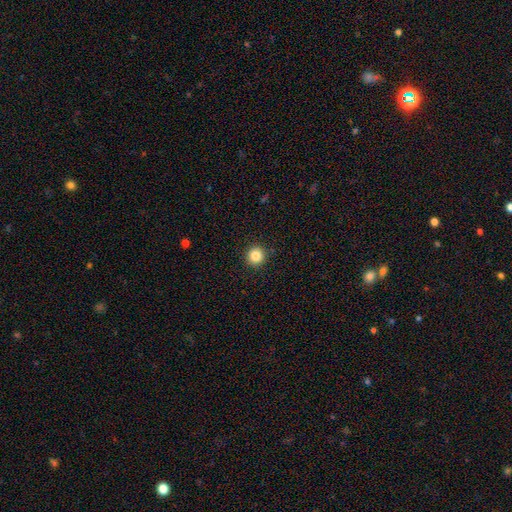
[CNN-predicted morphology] Q: Smooth or featured?
A: smooth (84%); runner-up: star or artifact (11%)
Q: How rounded?
A: round (95%); runner-up: in between (4%)
Q: Merging?
A: none (93%); runner-up: minor disturbance (5%)